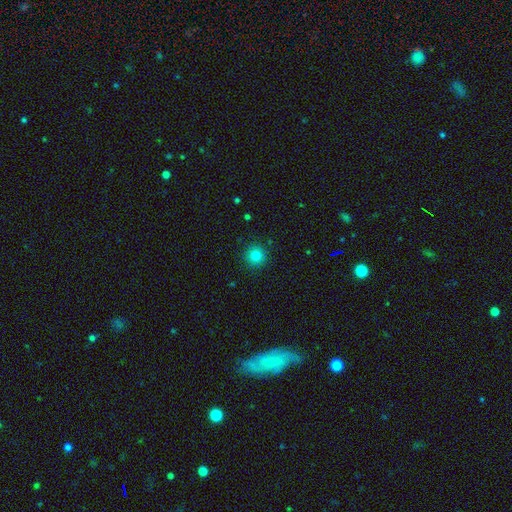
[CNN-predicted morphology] Overall: smooth (81%). How rounded: round (95%). Merging: none (91%).